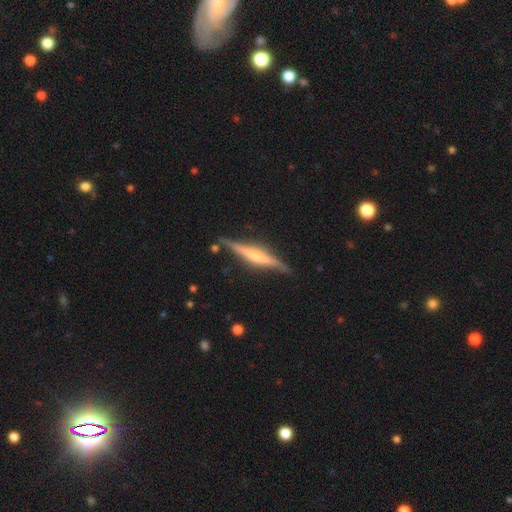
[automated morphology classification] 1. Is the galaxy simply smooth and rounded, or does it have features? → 70% featured or disk, 25% smooth, 5% star or artifact.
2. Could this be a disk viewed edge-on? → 96% yes, 4% no.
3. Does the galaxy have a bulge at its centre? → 44% rounded, 30% none, 26% boxy.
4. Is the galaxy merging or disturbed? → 83% none, 12% minor disturbance, 3% major disturbance, 2% merger.